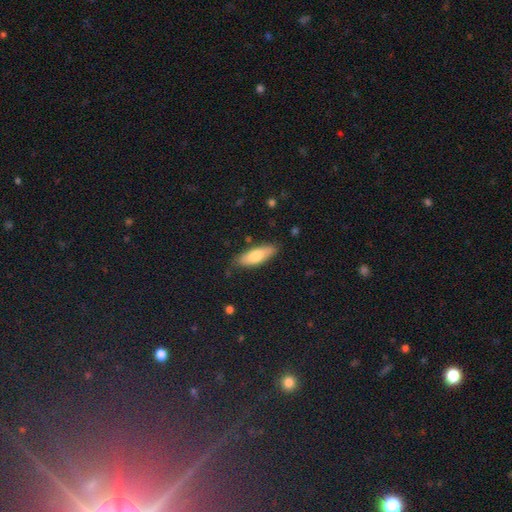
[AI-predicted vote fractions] Smooth or featured? smooth (75%)
How rounded? in between (63%)
Merging? none (80%)